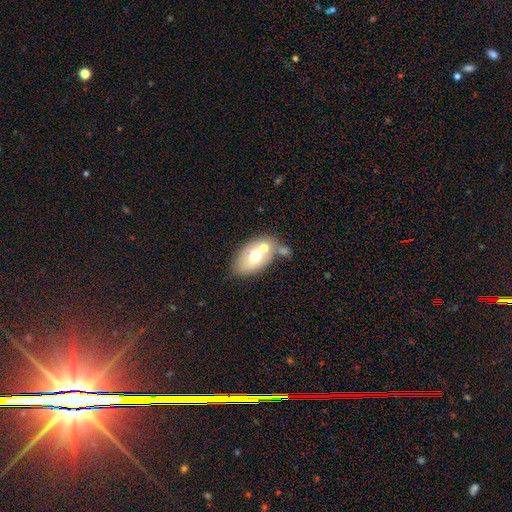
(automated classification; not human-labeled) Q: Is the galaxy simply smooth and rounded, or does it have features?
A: smooth — 60%.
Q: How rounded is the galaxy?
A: in between — 85%.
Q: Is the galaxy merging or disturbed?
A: none — 42%.